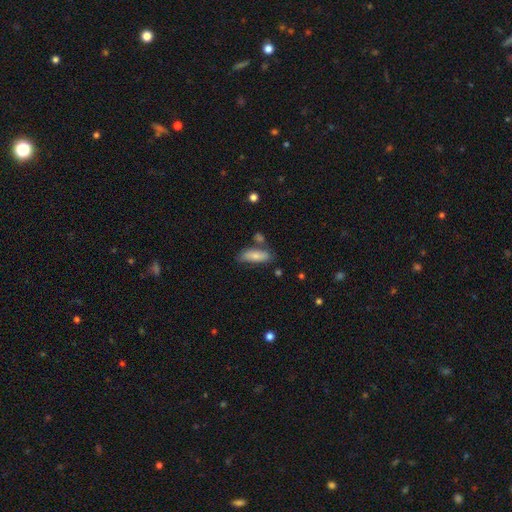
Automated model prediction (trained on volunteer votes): Smooth or featured?
  - smooth: 73% *
  - featured or disk: 21%
  - star or artifact: 6%
How rounded?
  - in between: 64% *
  - cigar-shaped: 33%
  - round: 3%
Merging?
  - none: 64% *
  - minor disturbance: 20%
  - merger: 11%
  - major disturbance: 5%